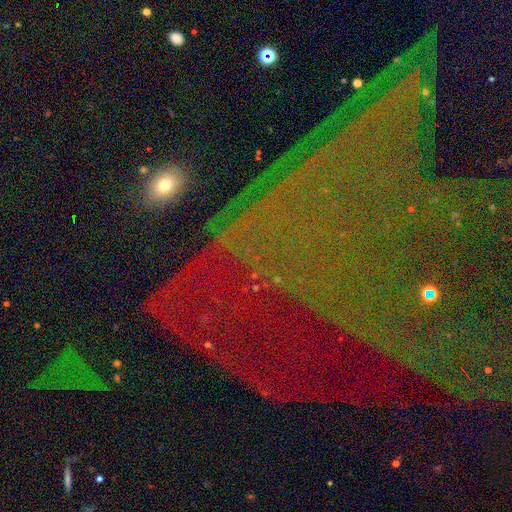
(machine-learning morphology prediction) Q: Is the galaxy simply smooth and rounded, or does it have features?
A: star or artifact — 67%.